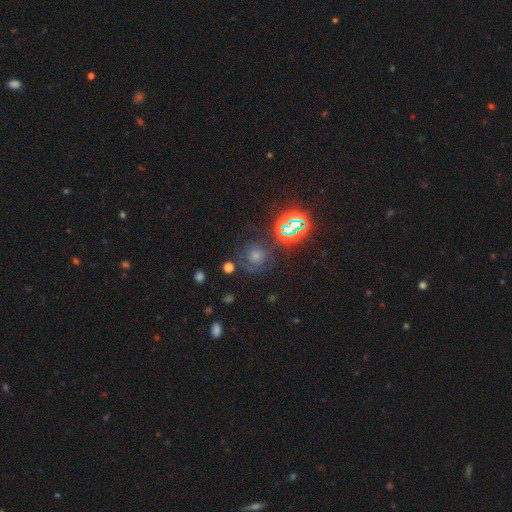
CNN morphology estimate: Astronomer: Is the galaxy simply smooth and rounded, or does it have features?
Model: star or artifact — 48% (runner-up: smooth, 30%).